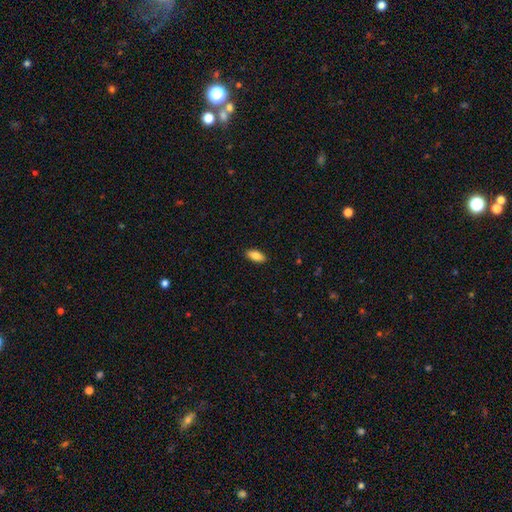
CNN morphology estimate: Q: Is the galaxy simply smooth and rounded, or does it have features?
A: smooth — 85%.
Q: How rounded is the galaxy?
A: in between — 88%.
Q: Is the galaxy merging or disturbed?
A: none — 89%.